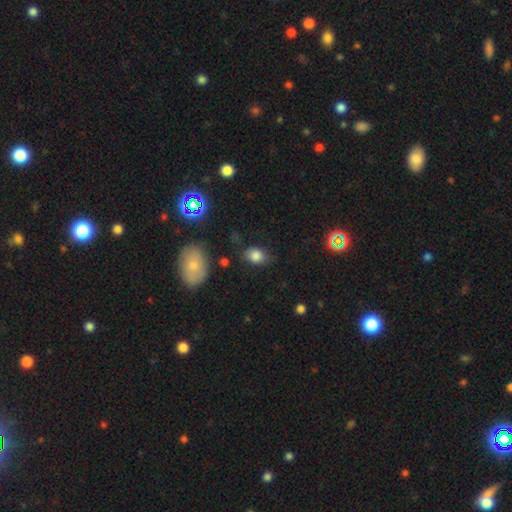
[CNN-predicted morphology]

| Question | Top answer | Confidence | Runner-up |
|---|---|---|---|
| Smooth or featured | smooth | 81% | star or artifact (12%) |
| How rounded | in between | 71% | round (27%) |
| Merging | none | 73% | minor disturbance (19%) |